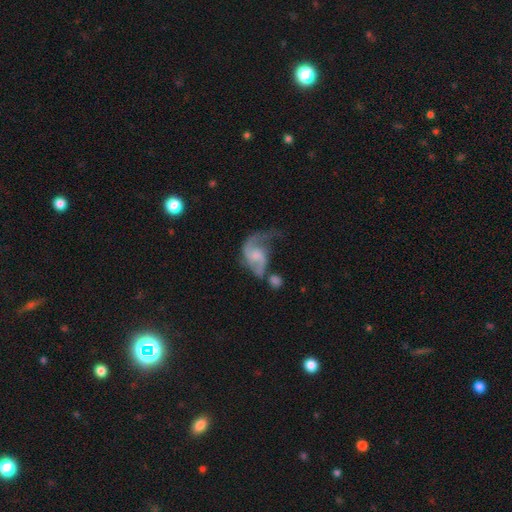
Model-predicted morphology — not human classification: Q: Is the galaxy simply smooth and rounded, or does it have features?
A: featured or disk — 78%.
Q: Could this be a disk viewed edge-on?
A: no — 98%.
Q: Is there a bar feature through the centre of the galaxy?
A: no — 55%.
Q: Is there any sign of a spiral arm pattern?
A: yes — 91%.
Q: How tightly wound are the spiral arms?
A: loose — 55%.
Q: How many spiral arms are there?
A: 2 — 75%.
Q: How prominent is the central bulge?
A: small — 35%.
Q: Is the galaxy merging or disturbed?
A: major disturbance — 33%.